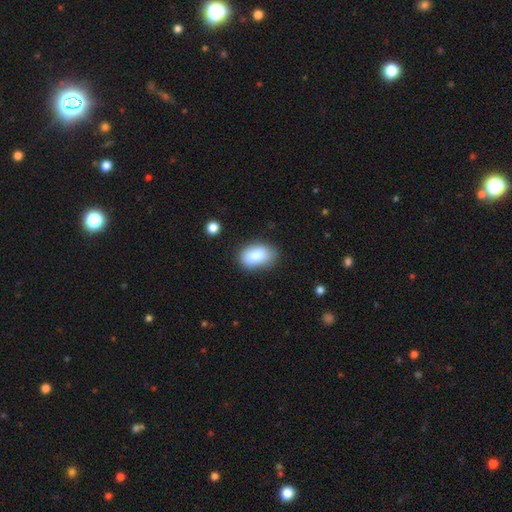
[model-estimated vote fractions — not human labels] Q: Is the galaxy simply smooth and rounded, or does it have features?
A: smooth — 84%.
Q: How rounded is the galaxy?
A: in between — 88%.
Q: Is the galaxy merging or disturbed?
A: none — 72%.